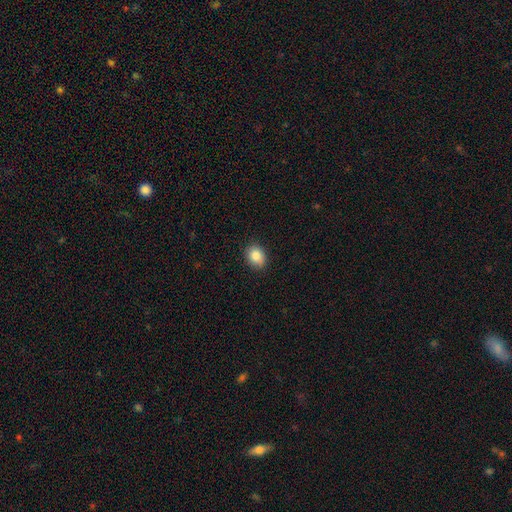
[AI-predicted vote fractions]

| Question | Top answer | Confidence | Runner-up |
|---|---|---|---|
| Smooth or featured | smooth | 85% | star or artifact (9%) |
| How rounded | in between | 56% | round (43%) |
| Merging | none | 87% | minor disturbance (10%) |